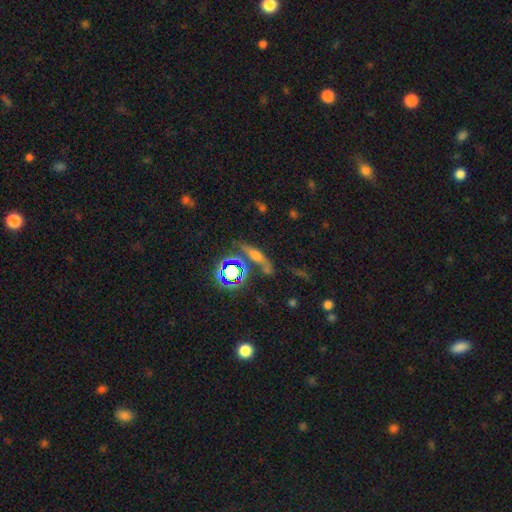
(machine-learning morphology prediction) Smooth or featured? Predicted: smooth (p=0.40). Merging? Predicted: none (p=0.61).